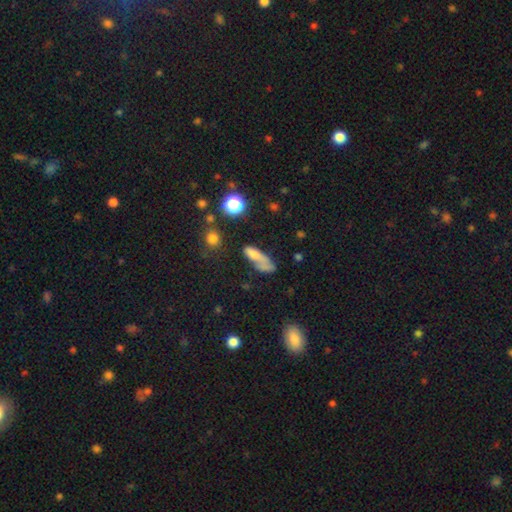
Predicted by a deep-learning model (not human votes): Smooth or featured?
  - smooth: 63% *
  - featured or disk: 22%
  - star or artifact: 16%
How rounded?
  - in between: 59% *
  - cigar-shaped: 33%
  - round: 8%
Merging?
  - major disturbance: 28% *
  - none: 27%
  - merger: 26%
  - minor disturbance: 20%